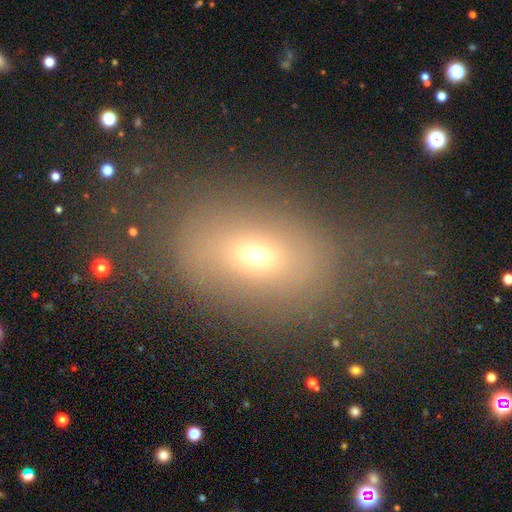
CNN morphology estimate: smooth-or-featured: smooth: 63% | star or artifact: 19% | featured or disk: 18%
  how-rounded: in between: 60% | round: 38% | cigar-shaped: 2%
  merging: none: 57% | major disturbance: 23% | minor disturbance: 16% | merger: 4%